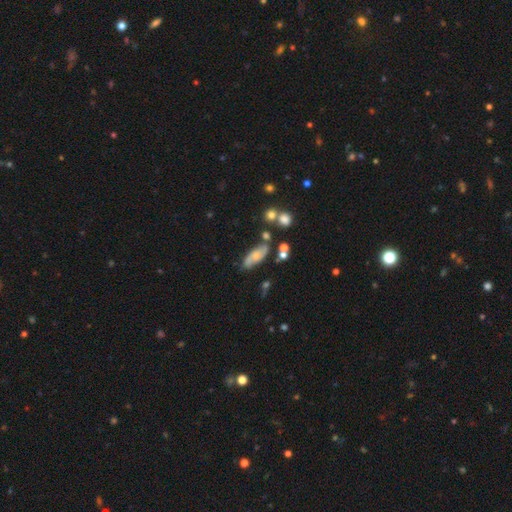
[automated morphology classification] This is possibly a featured or disk galaxy (47%). Merging: likely none (67%).